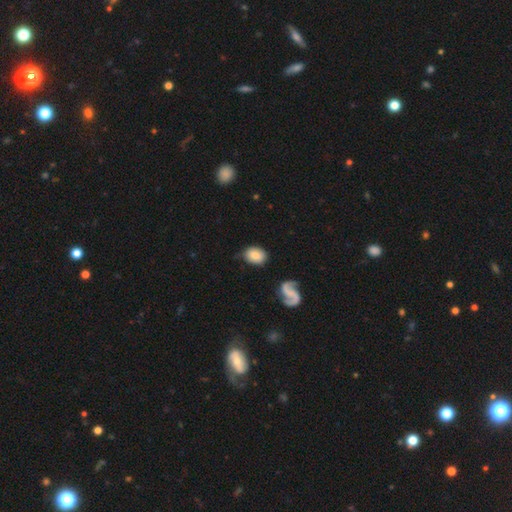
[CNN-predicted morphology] smooth 72%, featured or disk 21%, star or artifact 7%. Down the decision tree: how rounded — in between (61%); merging — none (71%).